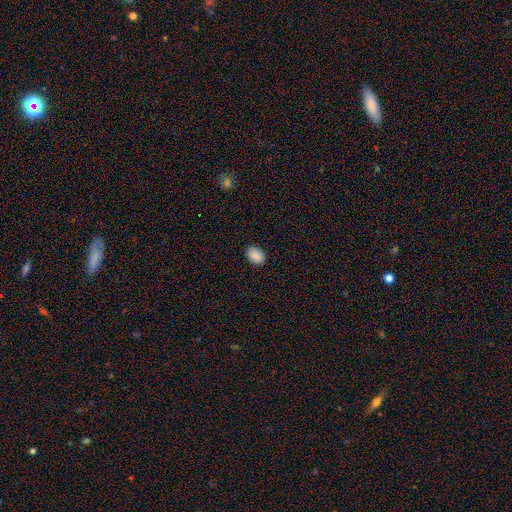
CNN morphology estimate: Smooth or featured?
  - smooth: 89% *
  - star or artifact: 8%
  - featured or disk: 4%
How rounded?
  - in between: 79% *
  - round: 20%
  - cigar-shaped: 1%
Merging?
  - none: 88% *
  - minor disturbance: 9%
  - major disturbance: 2%
  - merger: 1%